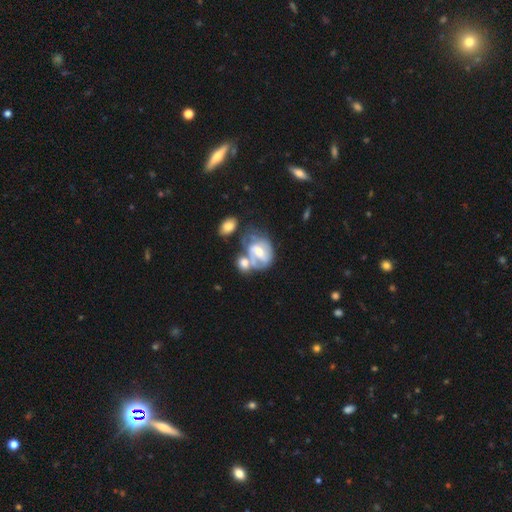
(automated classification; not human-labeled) smooth-or-featured: featured or disk: 62% | smooth: 27% | star or artifact: 11%
  disk-edge-on: no: 93% | yes: 7%
    bar: weak: 38% | no: 37% | strong: 25%
    has-spiral-arms: yes: 58% | no: 42%
    bulge-size: moderate: 56% | small: 33% | large: 6% | none: 4% | dominant: 2%
  merging: merger: 42% | none: 32% | minor disturbance: 15% | major disturbance: 10%